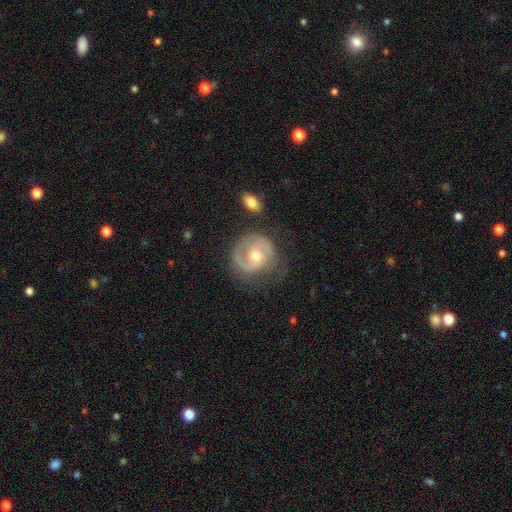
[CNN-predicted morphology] This appears to be a featured or disk galaxy (82%) with no bar (60%), 2 (58%) tight (47%) spiral arms (92%) and a moderate central bulge (73%). Merging: none (68%).